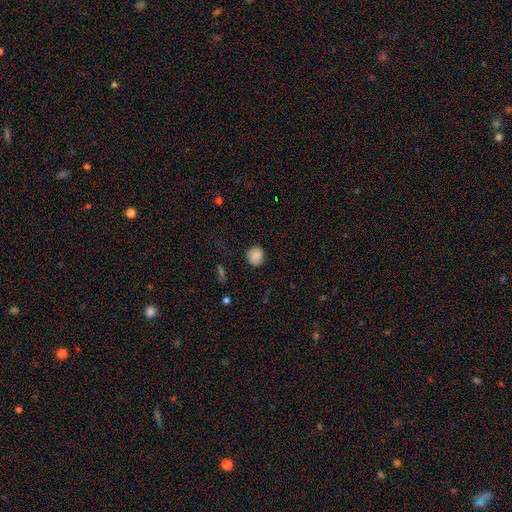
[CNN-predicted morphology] Smooth or featured?
  - smooth: 82% *
  - featured or disk: 9%
  - star or artifact: 9%
How rounded?
  - round: 86% *
  - in between: 13%
  - cigar-shaped: 1%
Merging?
  - none: 80% *
  - minor disturbance: 15%
  - major disturbance: 3%
  - merger: 1%